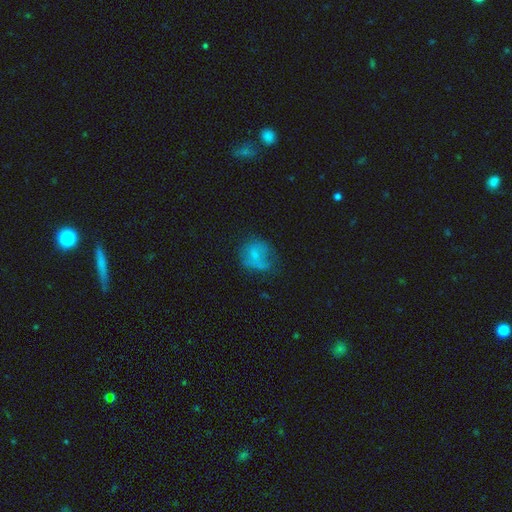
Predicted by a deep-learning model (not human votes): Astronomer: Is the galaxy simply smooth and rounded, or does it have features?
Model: smooth — 60%.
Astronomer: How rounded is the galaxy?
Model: round — 66%.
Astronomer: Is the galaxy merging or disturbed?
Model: none — 44% (runner-up: minor disturbance, 27%).